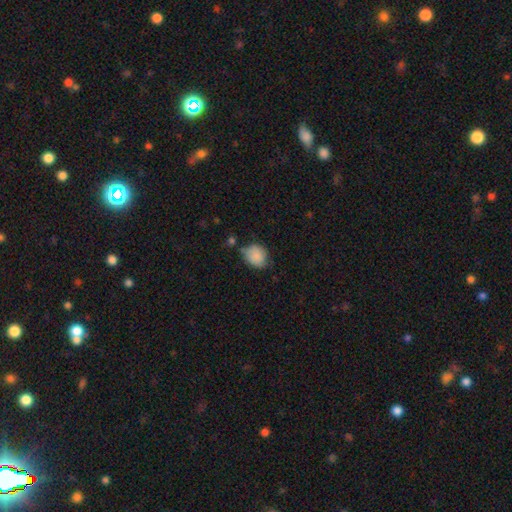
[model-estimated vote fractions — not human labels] This appears to be a smooth galaxy with no disk features (86%) that is round (60%). Merging: none (64%).